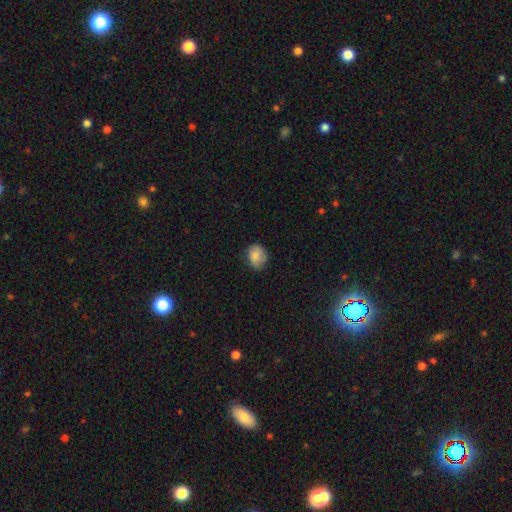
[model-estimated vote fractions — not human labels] Overall: smooth (83%). How rounded: in between (51%; round 48%). Merging: none (67%).